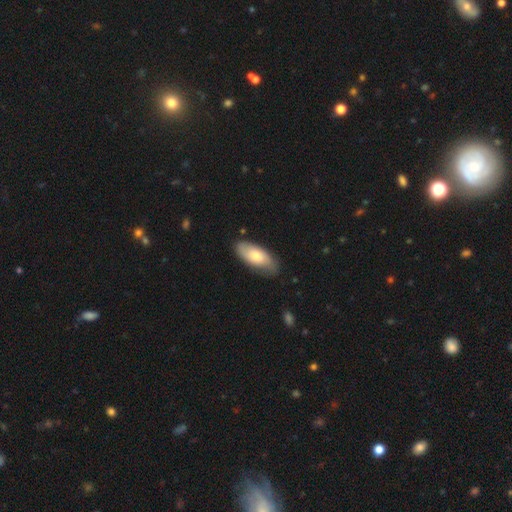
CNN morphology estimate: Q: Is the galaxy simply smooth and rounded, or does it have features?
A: smooth — 67%.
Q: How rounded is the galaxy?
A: in between — 89%.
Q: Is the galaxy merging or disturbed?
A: none — 77%.